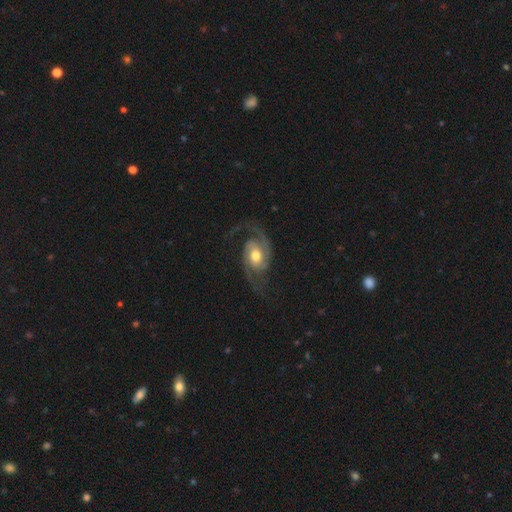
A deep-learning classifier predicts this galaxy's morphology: Overall: featured or disk (90%). Edge-on disk: no (97%). Bar: no (64%; weak 28%). Spiral arms: yes (98%). Spiral arm count: 2 (92%). Spiral winding: medium (49%; loose 30%). Bulge size: moderate (70%). Merging: none (73%).